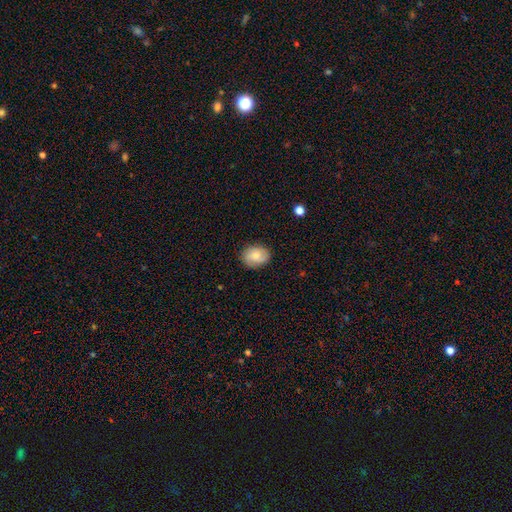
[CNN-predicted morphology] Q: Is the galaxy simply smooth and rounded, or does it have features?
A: smooth — 68%.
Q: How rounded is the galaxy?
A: in between — 58%.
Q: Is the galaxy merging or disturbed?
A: none — 81%.